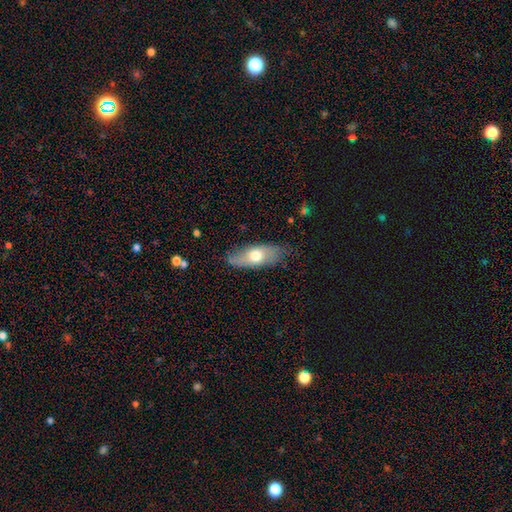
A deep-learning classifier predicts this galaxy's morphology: smooth 61%, featured or disk 33%, star or artifact 6%. Down the decision tree: how rounded — in between (76%); merging — none (77%).